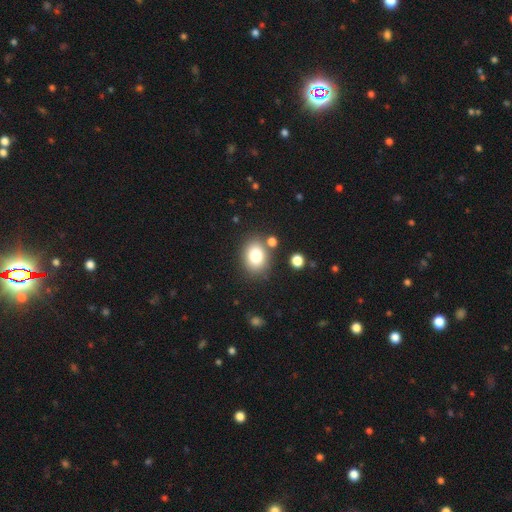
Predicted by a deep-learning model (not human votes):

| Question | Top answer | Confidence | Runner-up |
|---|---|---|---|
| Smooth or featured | smooth | 80% | star or artifact (10%) |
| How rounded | in between | 60% | round (39%) |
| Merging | none | 77% | minor disturbance (11%) |